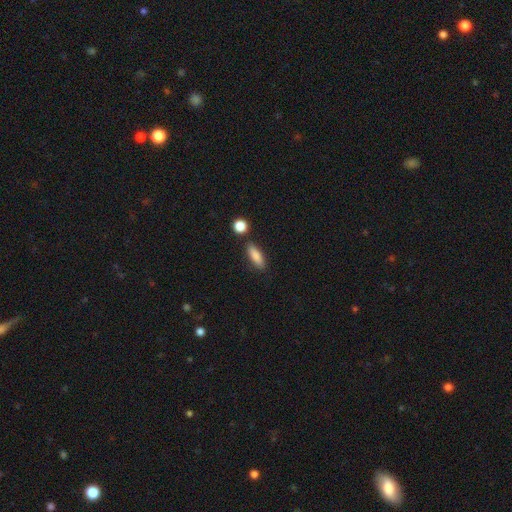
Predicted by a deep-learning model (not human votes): The model was most divided on "how rounded": in between: 53%, cigar-shaped: 43%, round: 4%. More confident: smooth or featured — smooth (83%); merging — none (82%).